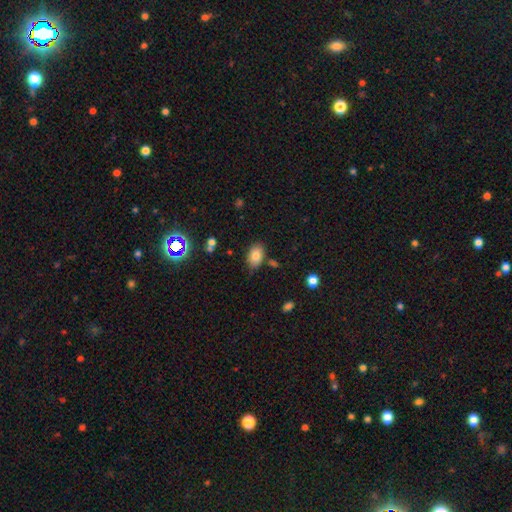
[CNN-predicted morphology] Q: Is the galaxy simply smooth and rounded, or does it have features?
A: smooth — 82%.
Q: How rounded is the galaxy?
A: in between — 86%.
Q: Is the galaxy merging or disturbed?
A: none — 78%.